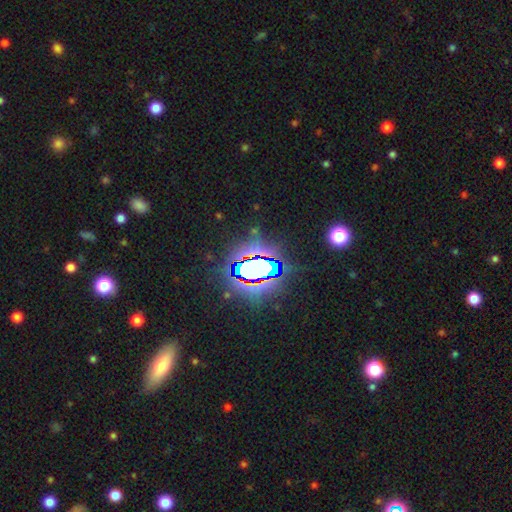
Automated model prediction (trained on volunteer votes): Smooth or featured? Predicted: star or artifact (p=0.75).